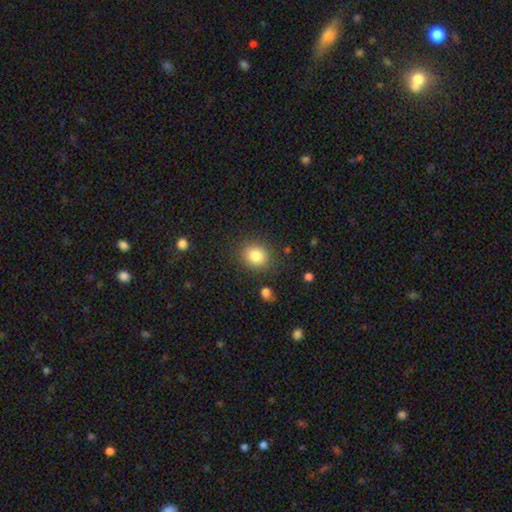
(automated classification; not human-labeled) Smooth or featured: smooth — 83% (star or artifact — 10%)
How rounded: round — 76% (in between — 23%)
Merging: none — 86% (minor disturbance — 9%)